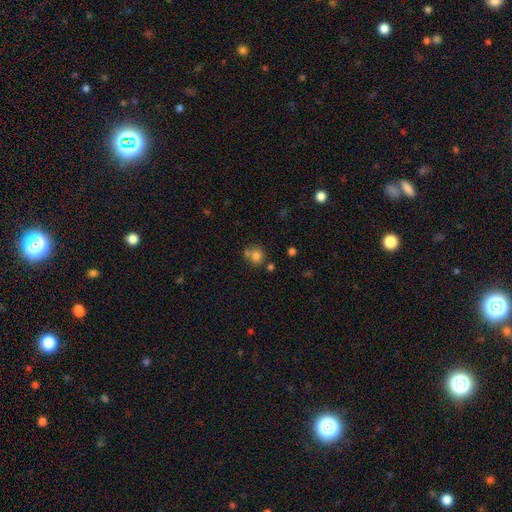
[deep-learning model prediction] Overall: smooth (79%). How rounded: round (85%). Merging: none (55%; merger 26%).